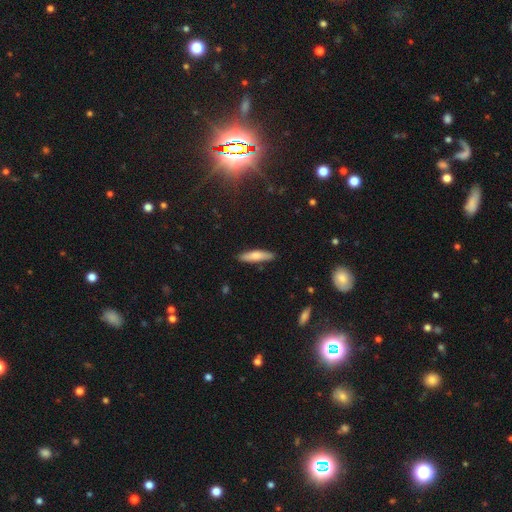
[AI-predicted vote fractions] This appears to be a smooth galaxy with no disk features (73%) that is cigar-shaped (77%). Merging: none (88%).